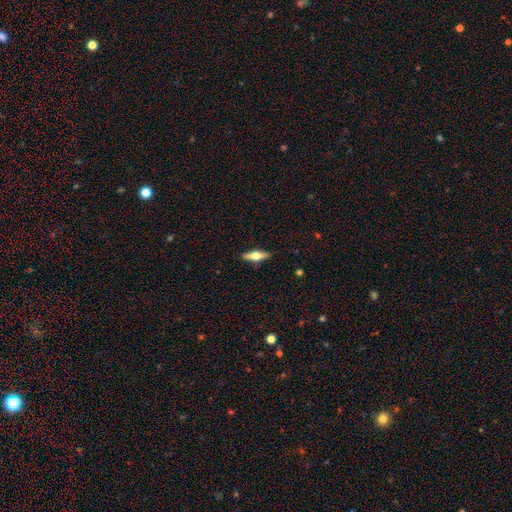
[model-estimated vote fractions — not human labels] Q: Smooth or featured?
A: featured or disk (50%); runner-up: smooth (44%)
Q: Merging?
A: none (89%); runner-up: minor disturbance (8%)